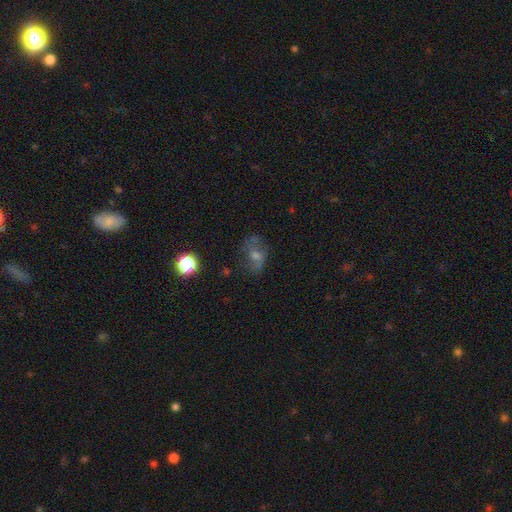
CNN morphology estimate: This is marginally a featured or disk galaxy (39%). Merging: possibly none (58%).